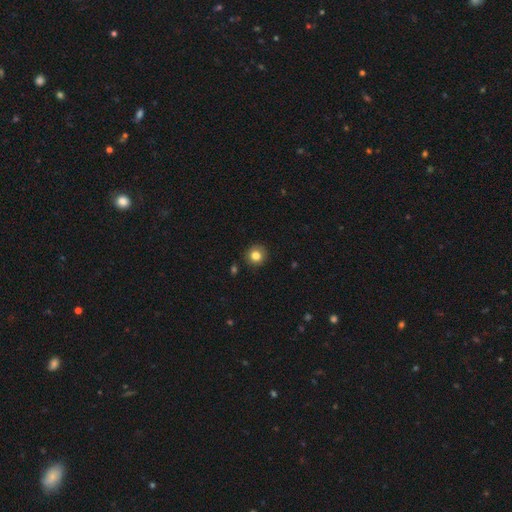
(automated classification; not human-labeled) Smooth or featured? Predicted: smooth (p=0.82). How rounded? Predicted: round (p=0.92). Merging? Predicted: none (p=0.89).